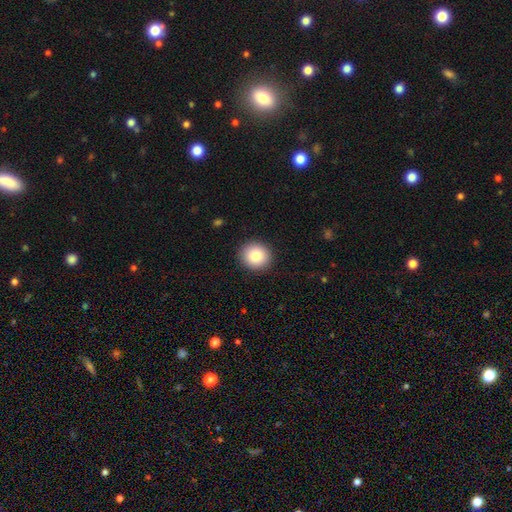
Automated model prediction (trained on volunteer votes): Smooth or featured: smooth — 84% (star or artifact — 9%)
How rounded: round — 86% (in between — 13%)
Merging: none — 92% (minor disturbance — 6%)